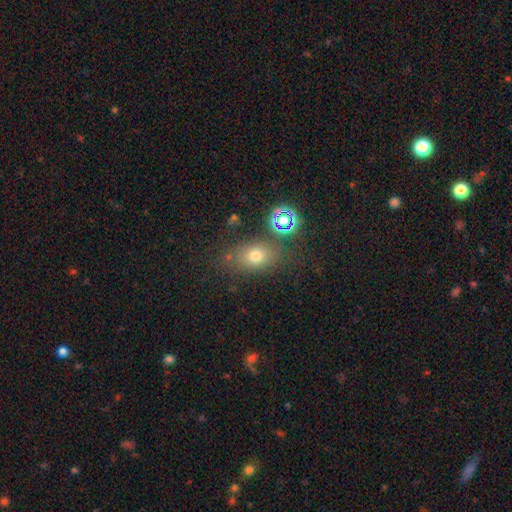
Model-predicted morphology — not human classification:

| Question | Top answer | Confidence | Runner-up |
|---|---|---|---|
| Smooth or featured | smooth | 67% | star or artifact (20%) |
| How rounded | in between | 62% | round (36%) |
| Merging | none | 72% | minor disturbance (15%) |